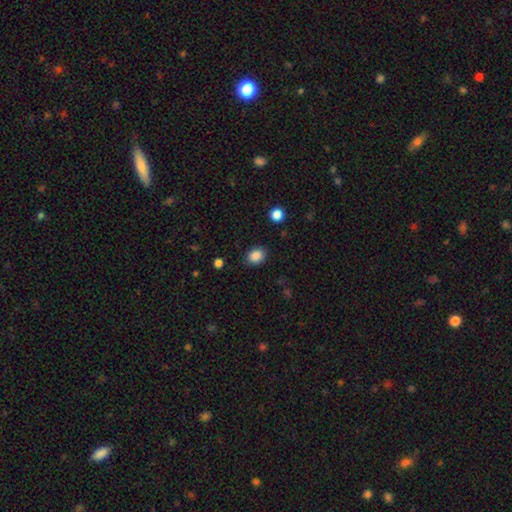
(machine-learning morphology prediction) This is clearly a smooth galaxy (87%). How rounded: possibly in between (55%). Merging: clearly none (86%).